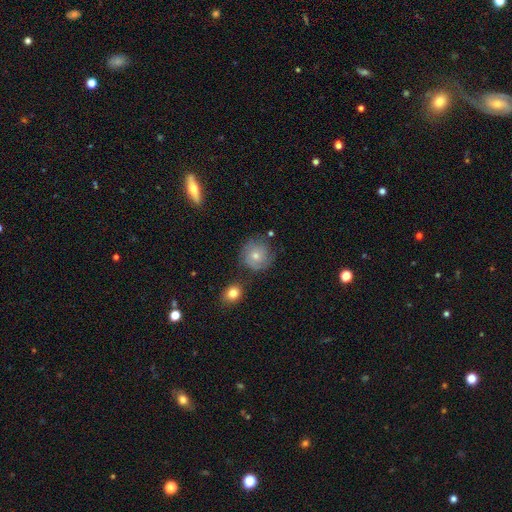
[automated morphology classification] Q: Smooth or featured?
A: featured or disk (48%); runner-up: smooth (37%)
Q: Merging?
A: none (78%); runner-up: minor disturbance (14%)